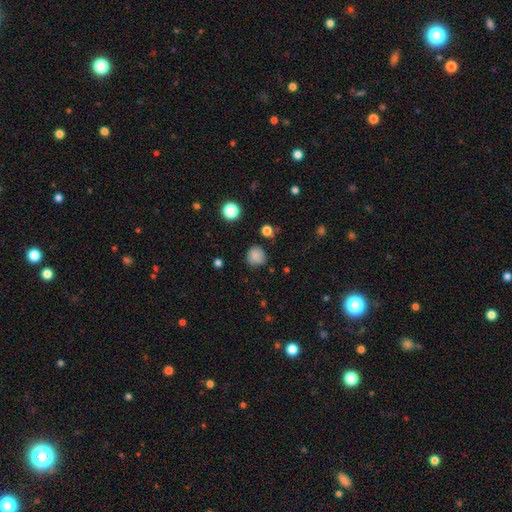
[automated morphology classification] Smooth or featured: smooth — 82% (star or artifact — 11%)
How rounded: round — 89% (in between — 10%)
Merging: none — 79% (minor disturbance — 15%)